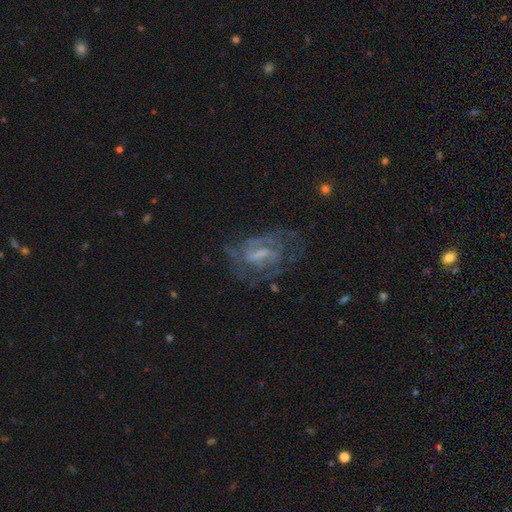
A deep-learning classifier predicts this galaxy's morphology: featured or disk 68%, star or artifact 17%, smooth 15%. Down the decision tree: edge-on disk — no (95%); bar — weak (50%); spiral arms — yes (82%); spiral arm count — can't tell (42%); spiral winding — tight (43%); bulge size — small (41%); merging — none (65%).